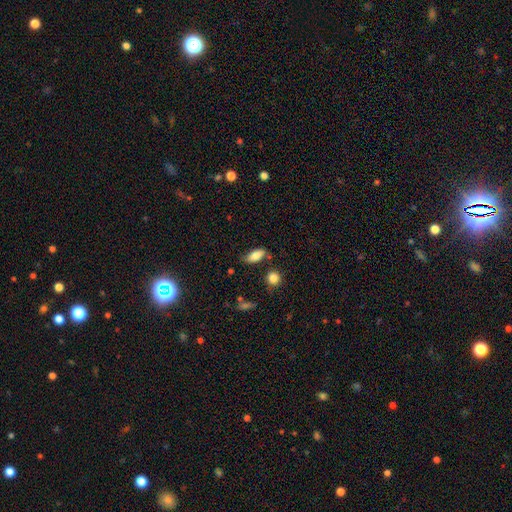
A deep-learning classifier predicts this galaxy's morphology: Q: Smooth or featured?
A: smooth (79%); runner-up: featured or disk (13%)
Q: How rounded?
A: in between (84%); runner-up: cigar-shaped (12%)
Q: Merging?
A: none (69%); runner-up: minor disturbance (20%)